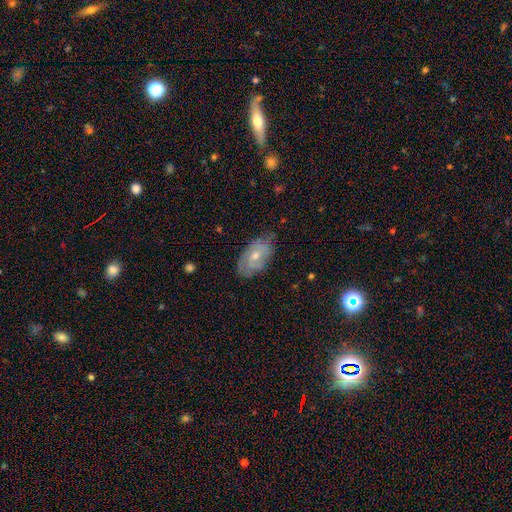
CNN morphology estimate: This is likely a featured or disk galaxy (61%). It is clearly not viewed edge-on (93%). Bar: likely no (68%). Spiral arm pattern: likely yes (75%). Central bulge: possibly moderate (59%). Merging: likely none (68%).